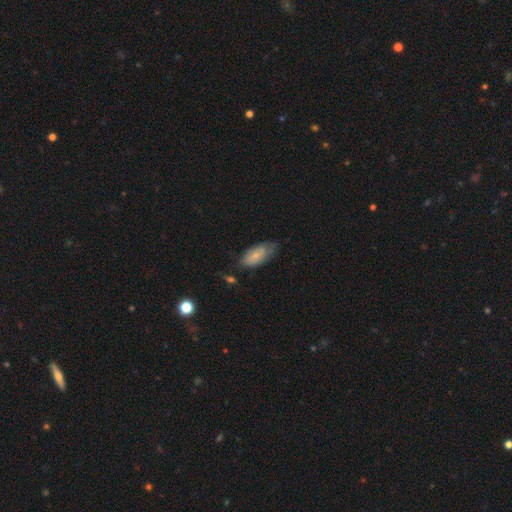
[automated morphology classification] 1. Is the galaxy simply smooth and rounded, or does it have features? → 67% smooth, 27% featured or disk, 6% star or artifact.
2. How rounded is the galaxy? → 88% in between, 9% cigar-shaped, 2% round.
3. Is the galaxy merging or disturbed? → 52% none, 35% minor disturbance, 10% major disturbance, 3% merger.